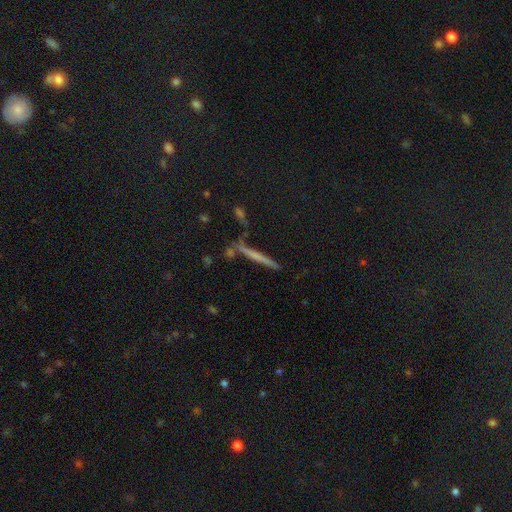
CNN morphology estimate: A featured or disk galaxy (46%).

Vote fractions:
- Smooth or featured? featured or disk: 46% / smooth: 39% / star or artifact: 14%
- Merging? none: 77% / minor disturbance: 11% / merger: 7% / major disturbance: 4%